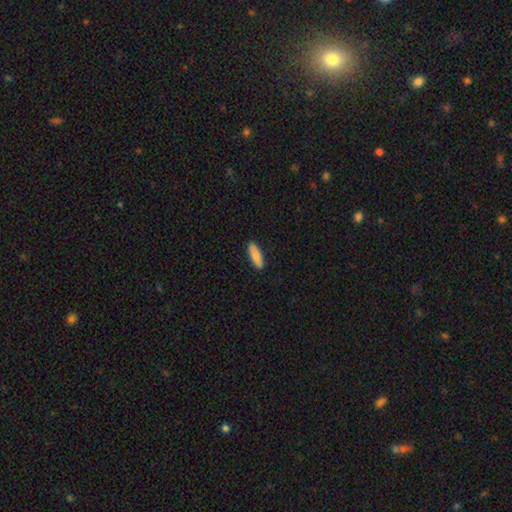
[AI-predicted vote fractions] smooth_or_featured: smooth (p=0.82) [alt: featured or disk p=0.13]
how_rounded: cigar-shaped (p=0.50) [alt: in between p=0.48]
merging: none (p=0.90) [alt: minor disturbance p=0.08]